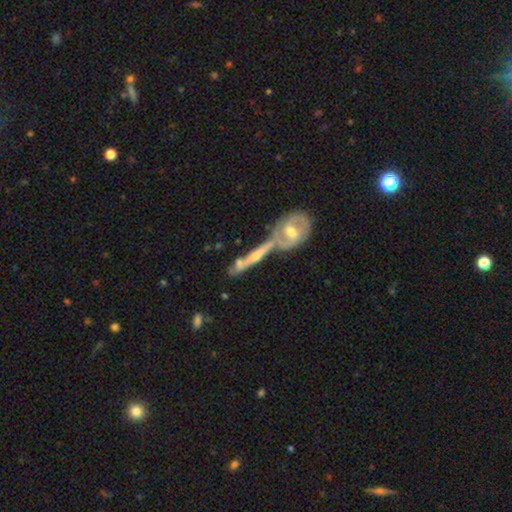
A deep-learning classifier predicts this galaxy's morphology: This appears to be a featured or disk galaxy (71%) viewed edge-on (64%). Merging: merger (48%).